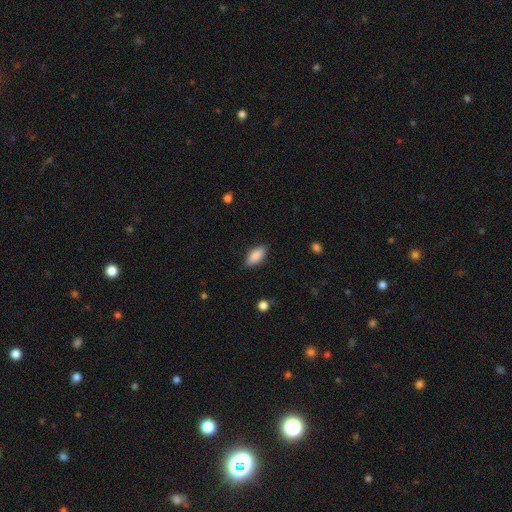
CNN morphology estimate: Smooth or featured: smooth — 85% (featured or disk — 9%)
How rounded: in between — 86% (cigar-shaped — 11%)
Merging: none — 83% (minor disturbance — 13%)